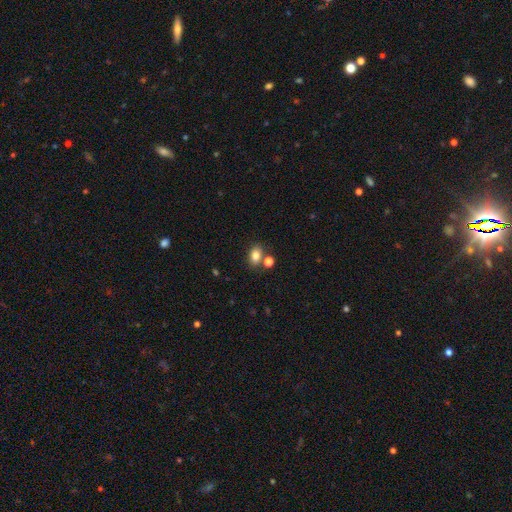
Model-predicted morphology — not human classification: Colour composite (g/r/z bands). It shows a smooth galaxy with no disk features (81%) that is in between round and cigar-shaped (76%). Merging: none (66%).